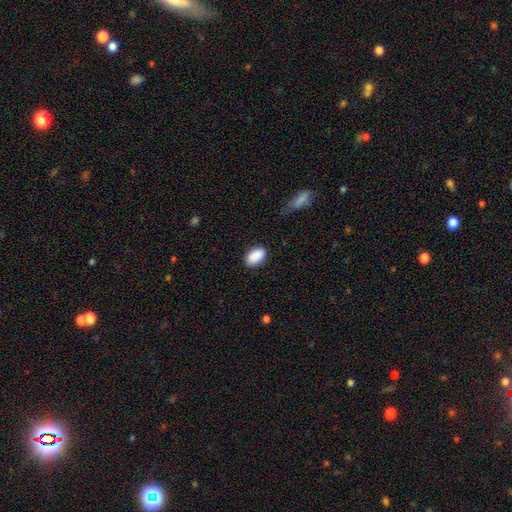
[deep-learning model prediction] smooth_or_featured: smooth (p=0.90) [alt: star or artifact p=0.07]
how_rounded: in between (p=0.92) [alt: round p=0.06]
merging: none (p=0.83) [alt: minor disturbance p=0.13]